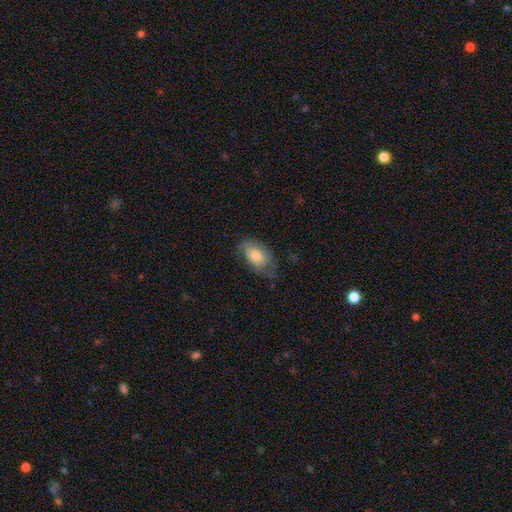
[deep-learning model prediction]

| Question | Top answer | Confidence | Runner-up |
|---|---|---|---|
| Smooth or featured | smooth | 49% | featured or disk (44%) |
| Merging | none | 53% | minor disturbance (29%) |